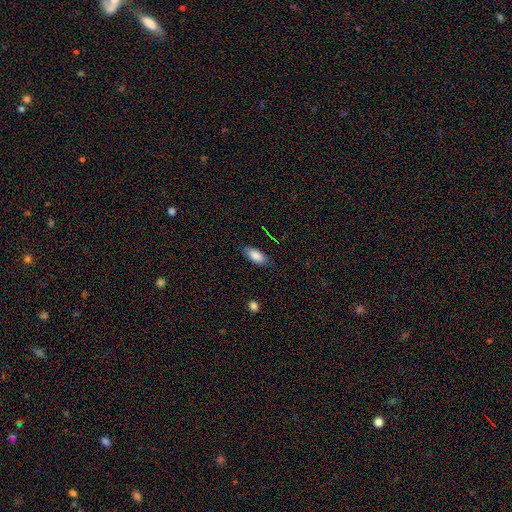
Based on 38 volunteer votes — Volunteers were most divided on "merging": none: 77%, minor disturbance: 20%, major disturbance: 3%, merger: 0%. More confident: how rounded — in between (91%); smooth or featured — smooth (87%).